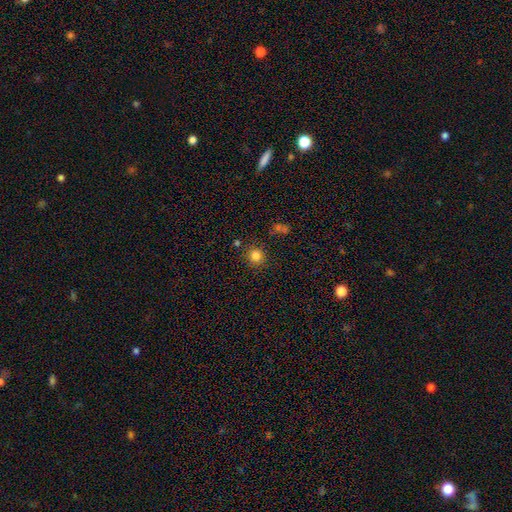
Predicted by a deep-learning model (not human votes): A smooth galaxy with no disk features (83%) that is round (91%). Merging: none (84%).